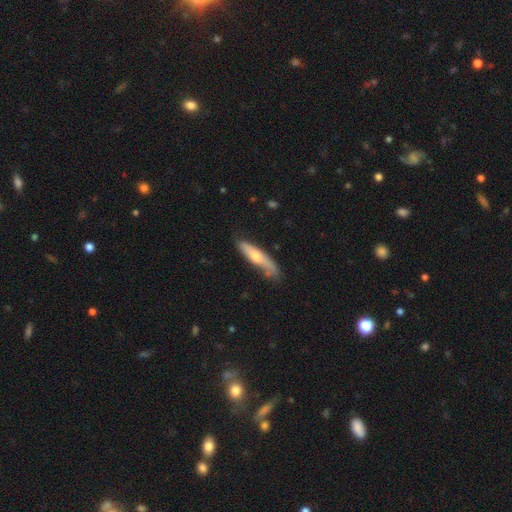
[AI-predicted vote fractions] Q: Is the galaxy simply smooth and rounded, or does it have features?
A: smooth — 55%.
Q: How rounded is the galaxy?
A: cigar-shaped — 79%.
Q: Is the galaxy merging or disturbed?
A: none — 61%.